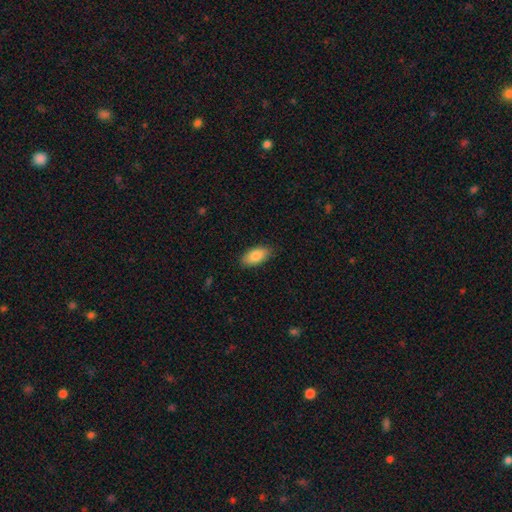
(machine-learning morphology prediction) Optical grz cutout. It shows a smooth galaxy with no disk features (86%) that is in between round and cigar-shaped (92%). Merging: none (87%).